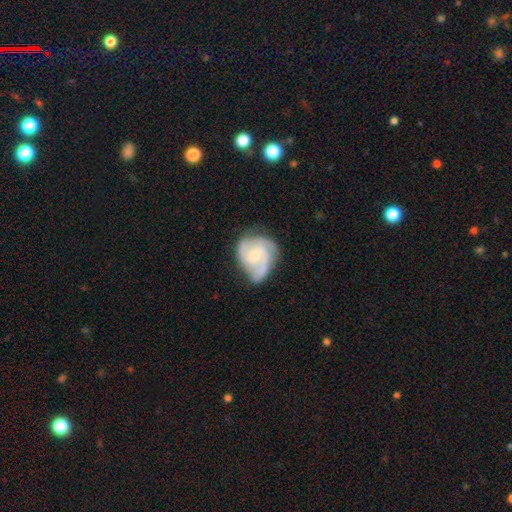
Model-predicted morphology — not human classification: Smooth or featured: featured or disk — 85% (smooth — 10%)
Edge-on disk: no — 98% (yes — 2%)
Bar: no — 61% (weak — 33%)
Spiral arms: yes — 97% (no — 3%)
Spiral winding: tight — 48% (medium — 44%)
Spiral arm count: 3 — 52% (2 — 28%)
Bulge size: small — 56% (moderate — 38%)
Merging: none — 60% (minor disturbance — 27%)